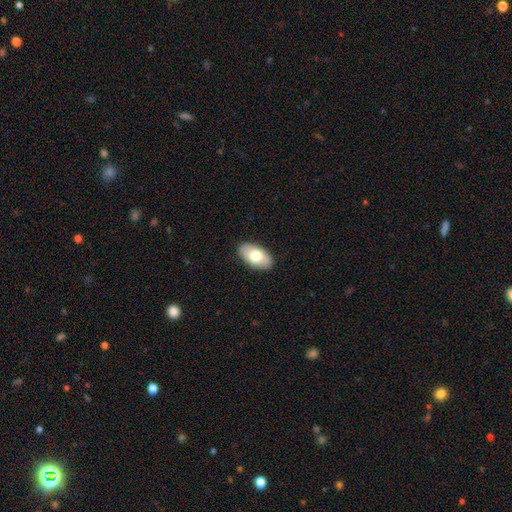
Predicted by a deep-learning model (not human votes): Smooth or featured? Predicted: smooth (p=0.73). How rounded? Predicted: in between (p=0.95). Merging? Predicted: none (p=0.89).